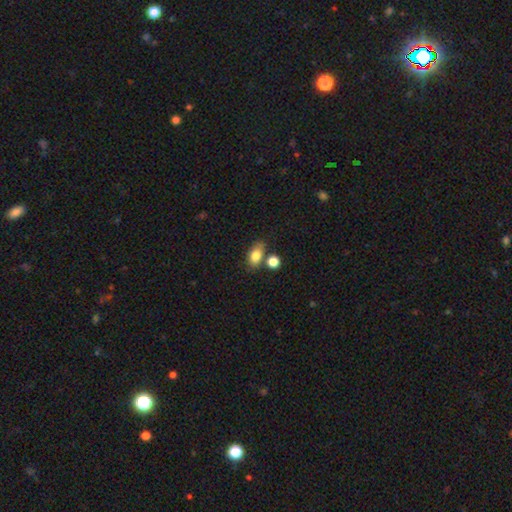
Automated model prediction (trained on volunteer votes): smooth_or_featured: smooth (p=0.80) [alt: featured or disk p=0.10]
how_rounded: in between (p=0.79) [alt: round p=0.18]
merging: none (p=0.62) [alt: merger p=0.19]